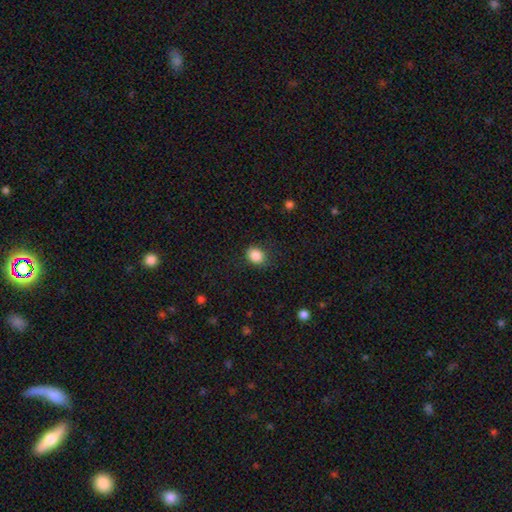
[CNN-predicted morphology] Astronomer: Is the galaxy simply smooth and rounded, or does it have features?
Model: smooth — 86%.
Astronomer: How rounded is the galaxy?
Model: round — 54% (runner-up: in between, 45%).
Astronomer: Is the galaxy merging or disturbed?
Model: none — 79%.